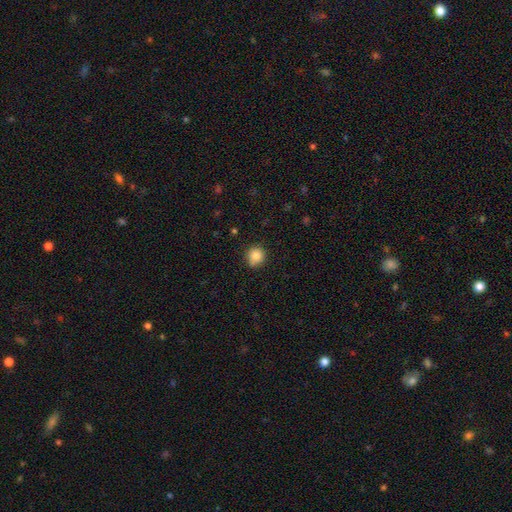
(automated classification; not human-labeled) smooth_or_featured: smooth (p=0.85) [alt: star or artifact p=0.10]
how_rounded: round (p=0.89) [alt: in between p=0.10]
merging: none (p=0.79) [alt: minor disturbance p=0.16]